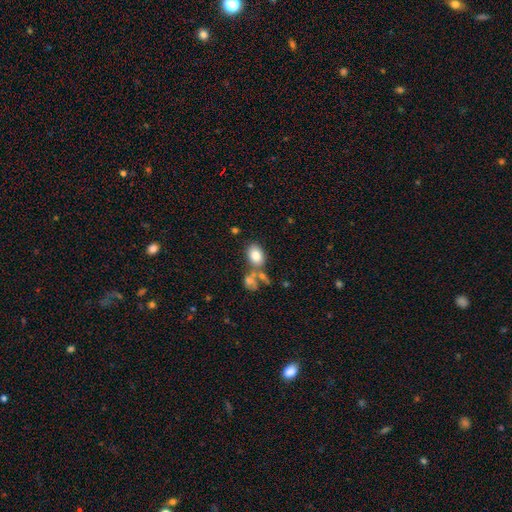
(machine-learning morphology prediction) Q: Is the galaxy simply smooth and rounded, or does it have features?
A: smooth — 80%.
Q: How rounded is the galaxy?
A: in between — 77%.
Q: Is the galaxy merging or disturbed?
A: none — 54%.